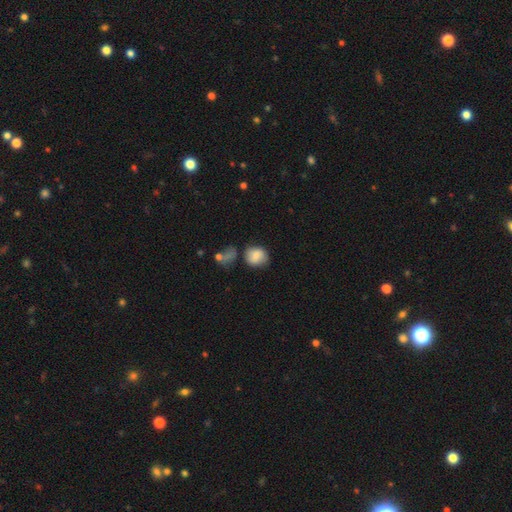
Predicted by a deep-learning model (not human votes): Q: Smooth or featured?
A: smooth (78%); runner-up: featured or disk (13%)
Q: How rounded?
A: round (64%); runner-up: in between (35%)
Q: Merging?
A: none (58%); runner-up: minor disturbance (23%)